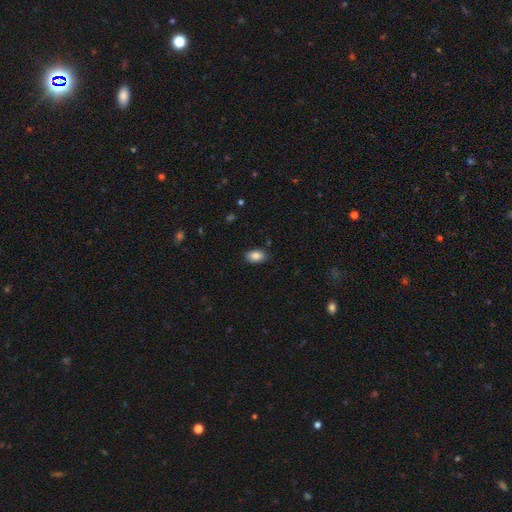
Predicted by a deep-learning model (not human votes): Q: Smooth or featured?
A: smooth (86%); runner-up: star or artifact (8%)
Q: How rounded?
A: in between (89%); runner-up: round (9%)
Q: Merging?
A: none (84%); runner-up: minor disturbance (12%)